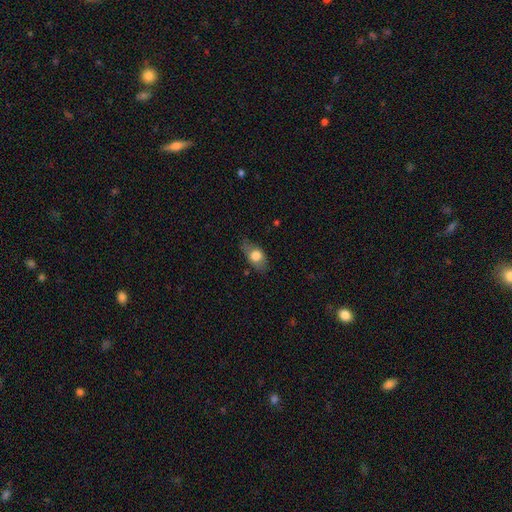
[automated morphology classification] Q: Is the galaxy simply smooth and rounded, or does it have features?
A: smooth — 72%.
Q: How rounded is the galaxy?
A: in between — 82%.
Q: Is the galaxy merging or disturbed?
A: none — 66%.